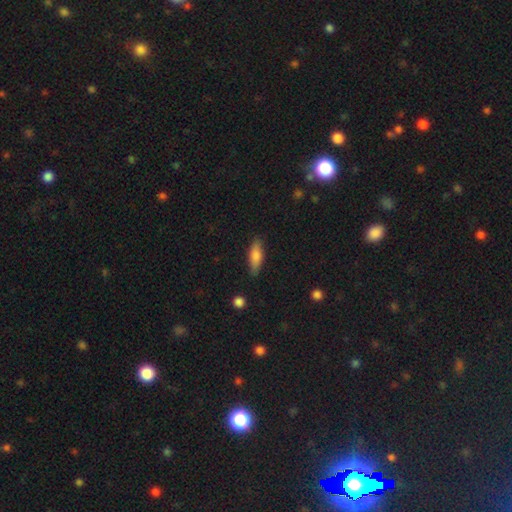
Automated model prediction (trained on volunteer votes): Overall: smooth (77%). How rounded: in between (61%; cigar-shaped 36%). Merging: none (82%).